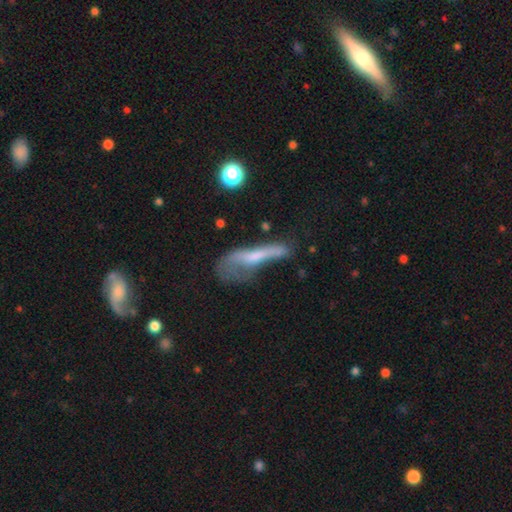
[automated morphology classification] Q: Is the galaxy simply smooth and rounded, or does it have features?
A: smooth — 48%.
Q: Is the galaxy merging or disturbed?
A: major disturbance — 43%.